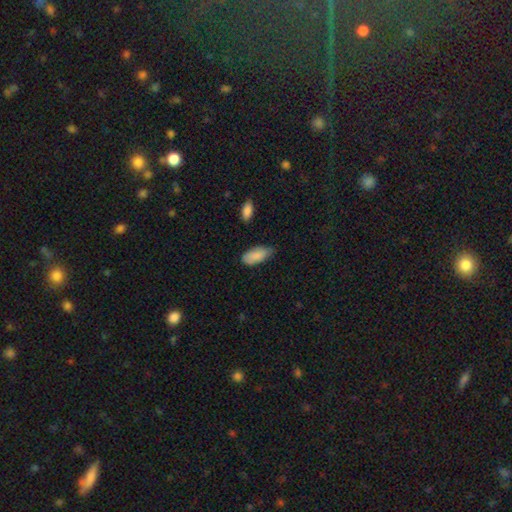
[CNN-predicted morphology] Q: Smooth or featured?
A: smooth (87%); runner-up: featured or disk (7%)
Q: How rounded?
A: in between (91%); runner-up: cigar-shaped (7%)
Q: Merging?
A: none (59%); runner-up: minor disturbance (34%)